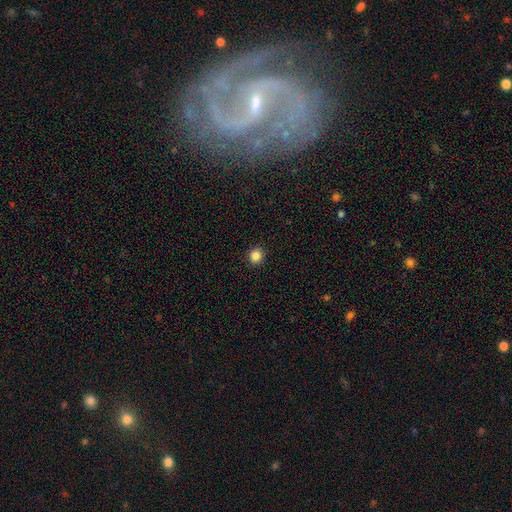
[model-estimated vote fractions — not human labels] smooth-or-featured: smooth: 86% | star or artifact: 11% | featured or disk: 3%
  how-rounded: round: 85% | in between: 14% | cigar-shaped: 1%
  merging: none: 92% | minor disturbance: 5% | major disturbance: 2% | merger: 1%